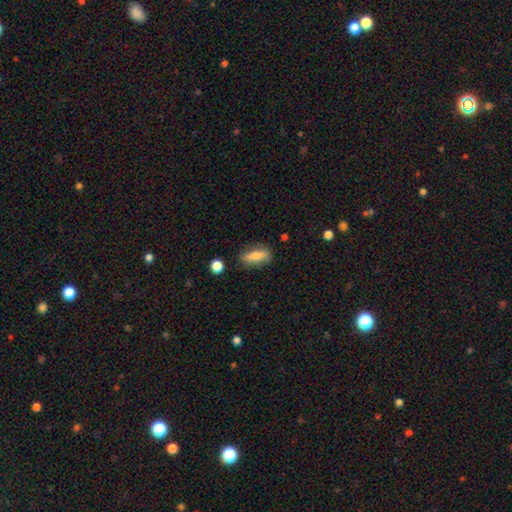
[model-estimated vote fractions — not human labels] smooth 68%, featured or disk 24%, star or artifact 8%. Down the decision tree: how rounded — in between (64%); merging — none (80%).